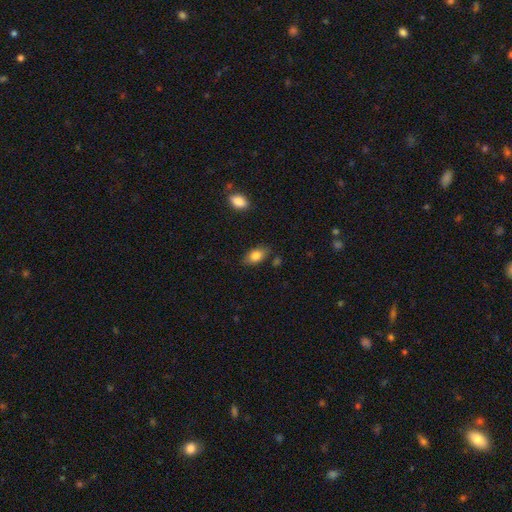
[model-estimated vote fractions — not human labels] A smooth galaxy with no disk features (82%) that is in between round and cigar-shaped (89%).

Vote fractions:
- Smooth or featured? smooth: 82% / featured or disk: 11% / star or artifact: 8%
- How rounded? in between: 89% / round: 8% / cigar-shaped: 3%
- Merging? none: 79% / minor disturbance: 15% / major disturbance: 3% / merger: 3%